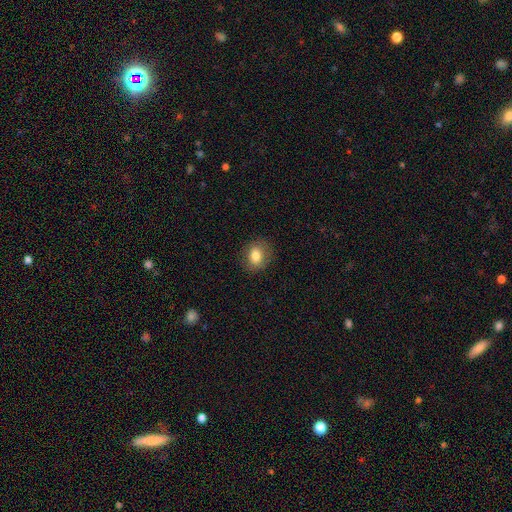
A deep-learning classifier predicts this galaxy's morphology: Smooth or featured: smooth — 79% (featured or disk — 12%)
How rounded: round — 54% (in between — 45%)
Merging: none — 85% (minor disturbance — 10%)